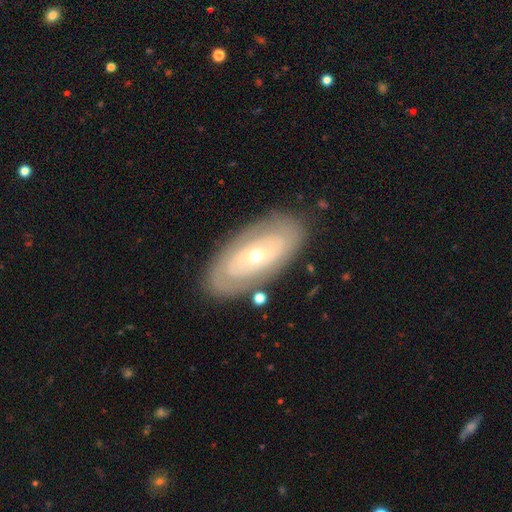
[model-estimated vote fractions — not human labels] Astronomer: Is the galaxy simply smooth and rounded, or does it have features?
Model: featured or disk — 67%.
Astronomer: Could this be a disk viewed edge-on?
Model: no — 90%.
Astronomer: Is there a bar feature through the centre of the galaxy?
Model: no — 85%.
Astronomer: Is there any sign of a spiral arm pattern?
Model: no — 61% (runner-up: yes, 39%).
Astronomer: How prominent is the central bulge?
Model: small — 62%.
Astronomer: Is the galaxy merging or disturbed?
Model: none — 81%.